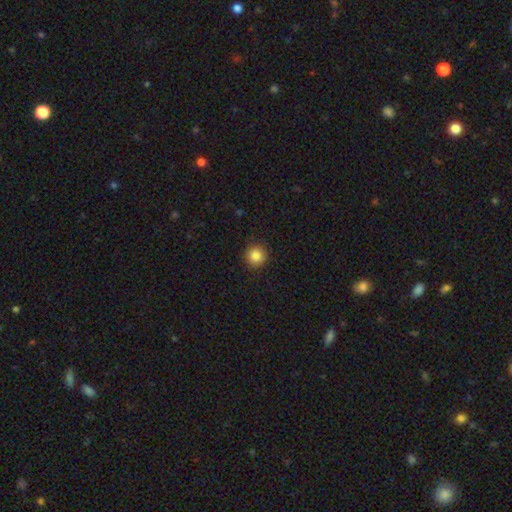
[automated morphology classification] The model was most divided on "smooth or featured": smooth: 85%, star or artifact: 10%, featured or disk: 4%. More confident: how rounded — round (95%); merging — none (92%).